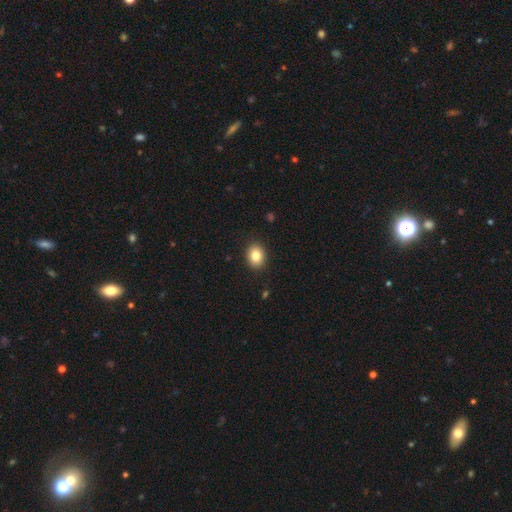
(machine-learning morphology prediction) smooth 85%, star or artifact 9%, featured or disk 6%. Down the decision tree: how rounded — in between (54%); merging — none (90%).